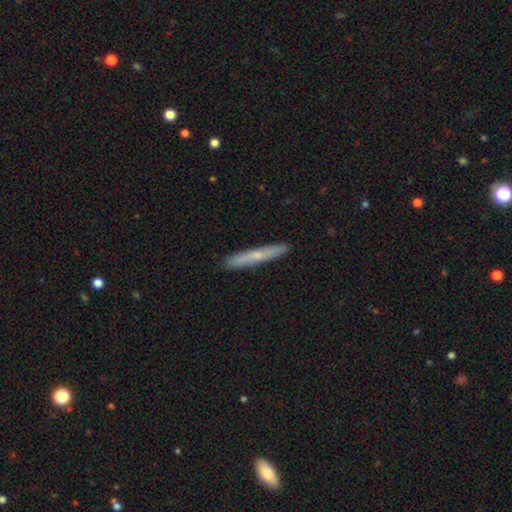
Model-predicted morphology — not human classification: Q: Smooth or featured?
A: smooth (50%); runner-up: featured or disk (44%)
Q: Merging?
A: none (91%); runner-up: minor disturbance (7%)